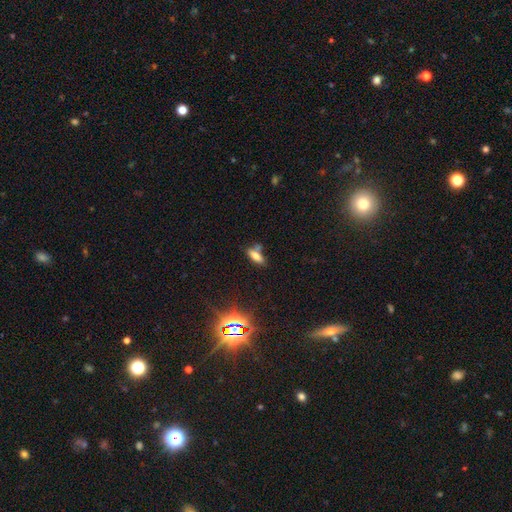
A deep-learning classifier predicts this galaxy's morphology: This is likely a smooth galaxy (71%). How rounded: likely in between (71%). Merging: possibly none (56%).